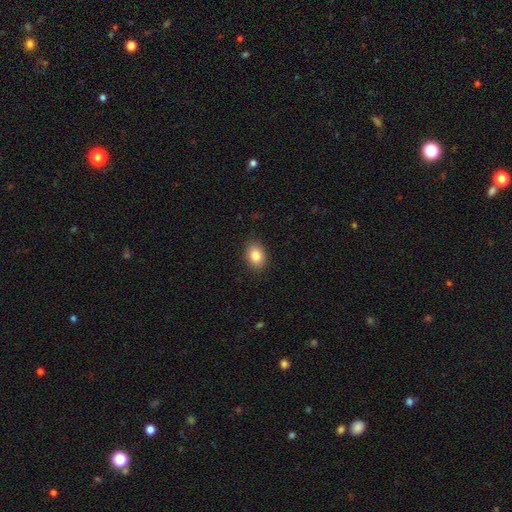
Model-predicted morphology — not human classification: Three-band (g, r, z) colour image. It shows a smooth galaxy with no disk features (84%) that is in between round and cigar-shaped (72%). Merging: none (89%).